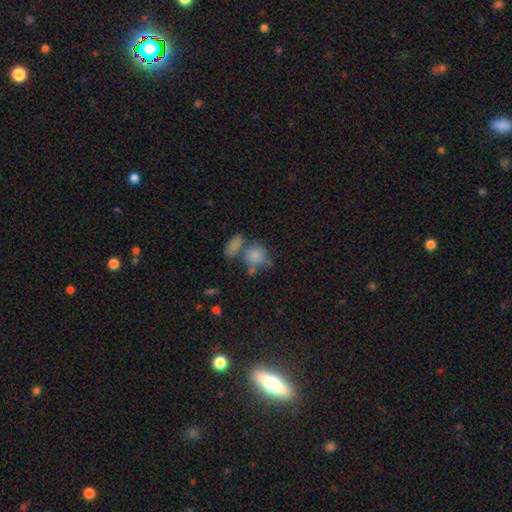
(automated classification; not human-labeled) This is likely a smooth galaxy (69%). How rounded: likely round (65%). Merging: possibly none (45%).